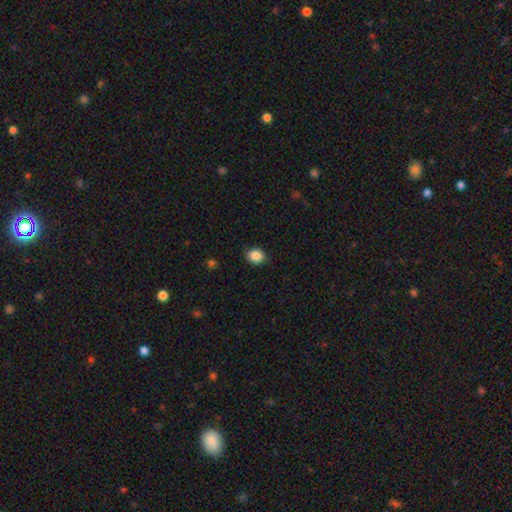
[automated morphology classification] A smooth galaxy with no disk features (87%) that is round (66%). Merging: none (84%).